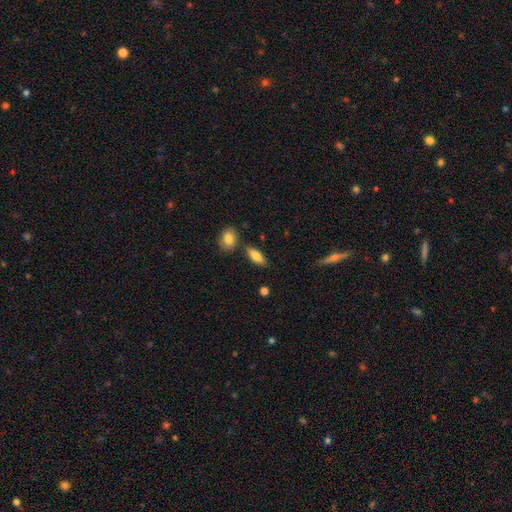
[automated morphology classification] Smooth or featured? Predicted: smooth (p=0.79). How rounded? Predicted: in between (p=0.73). Merging? Predicted: none (p=0.77).